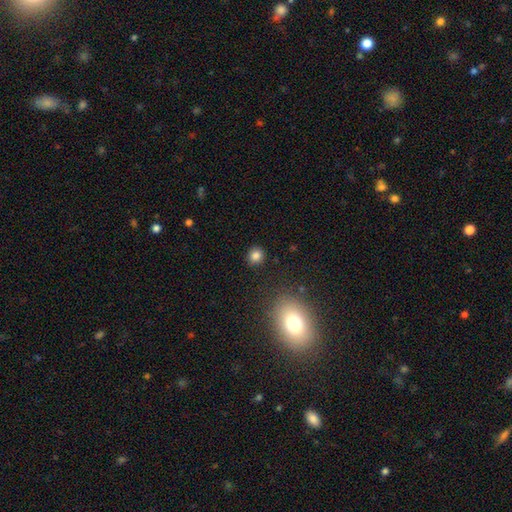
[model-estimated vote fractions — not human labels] smooth-or-featured: smooth: 83% | star or artifact: 12% | featured or disk: 5%
  how-rounded: round: 84% | in between: 15% | cigar-shaped: 1%
  merging: none: 88% | minor disturbance: 7% | major disturbance: 2% | merger: 2%